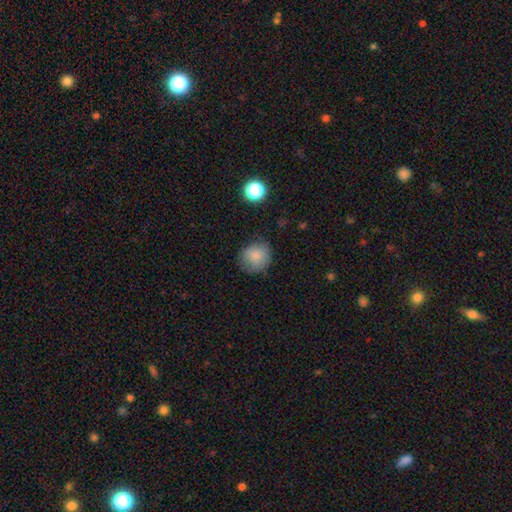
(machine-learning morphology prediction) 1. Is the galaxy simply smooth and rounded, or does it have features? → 83% smooth, 10% star or artifact, 7% featured or disk.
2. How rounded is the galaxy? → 86% round, 14% in between, 1% cigar-shaped.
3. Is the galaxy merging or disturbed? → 77% none, 17% minor disturbance, 5% major disturbance, 2% merger.